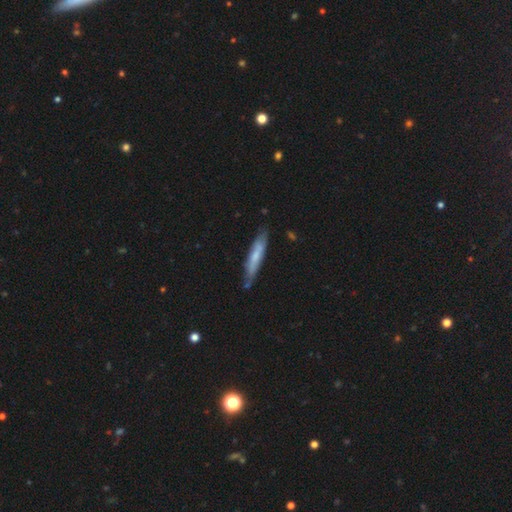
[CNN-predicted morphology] smooth 56%, featured or disk 39%, star or artifact 5%. Down the decision tree: how rounded — cigar-shaped (88%); merging — none (73%).